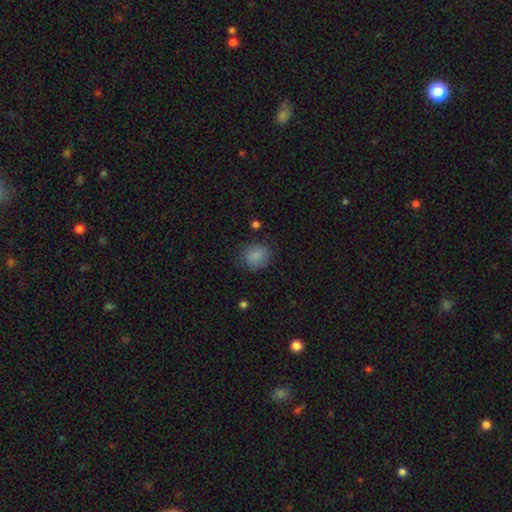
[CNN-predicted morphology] This appears to be a smooth galaxy with no disk features (84%) that is round (66%). Merging: none (74%).